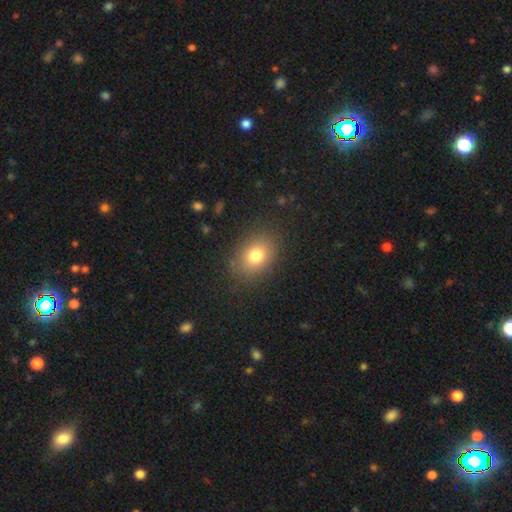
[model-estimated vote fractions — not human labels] Morphology: type=smooth (77%); roundness=in between (65%); merging=none (84%).